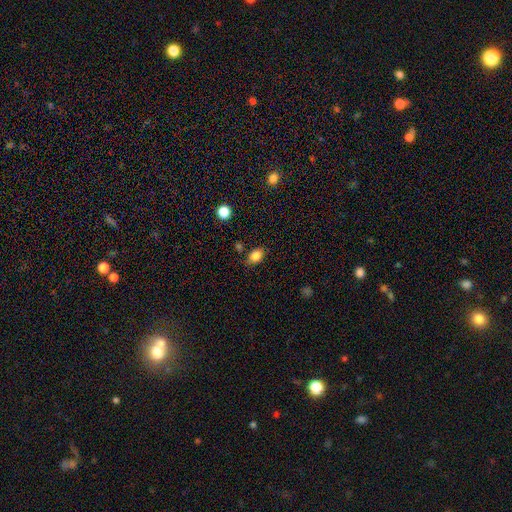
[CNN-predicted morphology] Overall: smooth (84%). How rounded: in between (75%). Merging: none (78%).